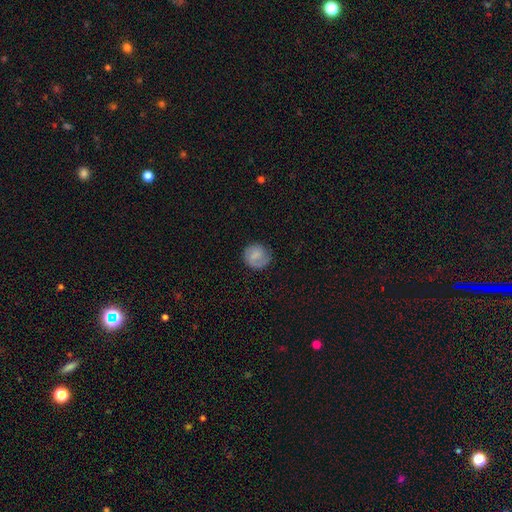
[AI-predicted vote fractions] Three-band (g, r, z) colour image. It shows a smooth galaxy with no disk features (61%) that is round (88%). Merging: none (77%).